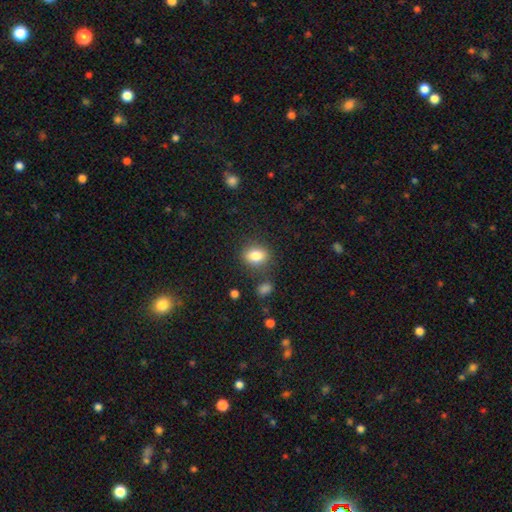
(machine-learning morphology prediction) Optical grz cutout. It shows a smooth galaxy with no disk features (84%) that is in between round and cigar-shaped (67%). Merging: none (79%).